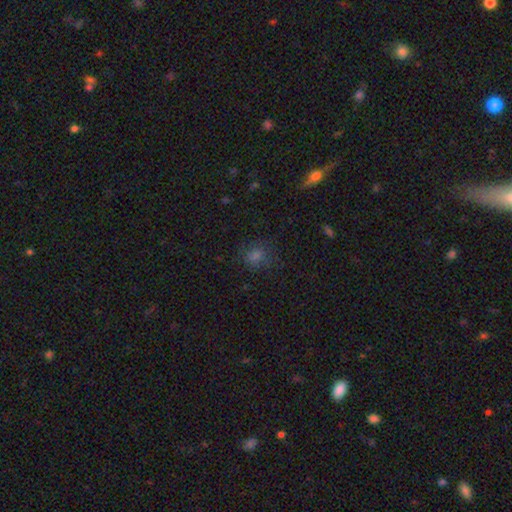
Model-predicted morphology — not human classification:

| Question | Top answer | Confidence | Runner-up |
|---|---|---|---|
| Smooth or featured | smooth | 65% | star or artifact (26%) |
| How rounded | round | 77% | in between (22%) |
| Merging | none | 77% | minor disturbance (15%) |